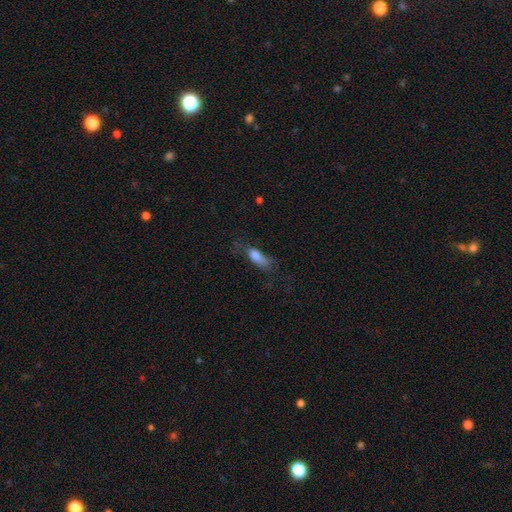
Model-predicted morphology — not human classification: smooth 72%, featured or disk 18%, star or artifact 10%. Down the decision tree: how rounded — in between (65%); merging — none (39%).